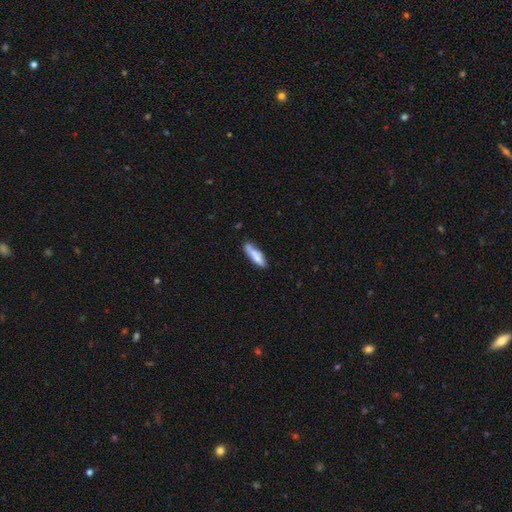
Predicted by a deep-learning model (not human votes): smooth 72%, featured or disk 22%, star or artifact 6%. Down the decision tree: how rounded — cigar-shaped (65%); merging — none (66%).